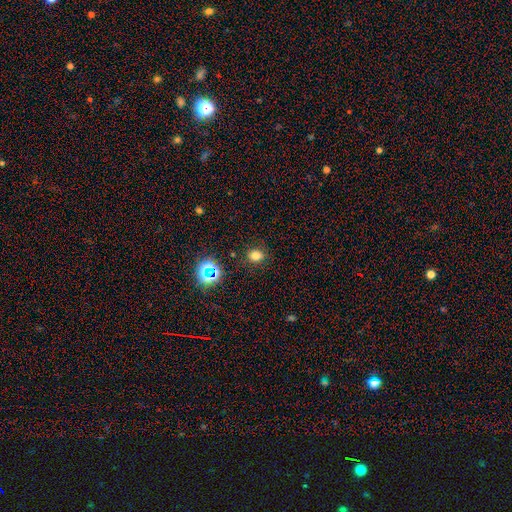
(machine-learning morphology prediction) smooth_or_featured: smooth (p=0.75) [alt: star or artifact p=0.19]
how_rounded: round (p=0.60) [alt: in between p=0.39]
merging: none (p=0.85) [alt: minor disturbance p=0.10]